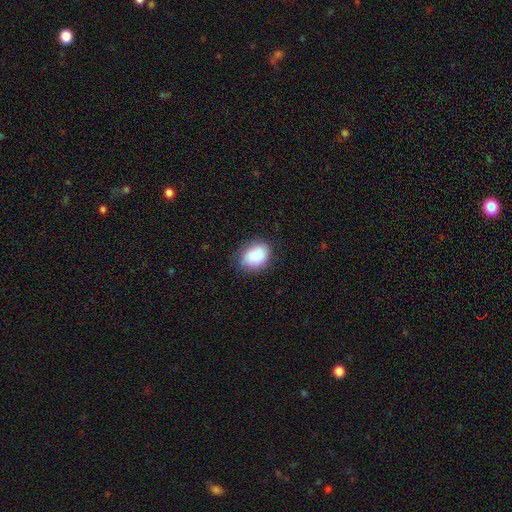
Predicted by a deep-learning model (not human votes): This appears to be a smooth galaxy with no disk features (85%) that is in between round and cigar-shaped (66%). Merging: none (77%).